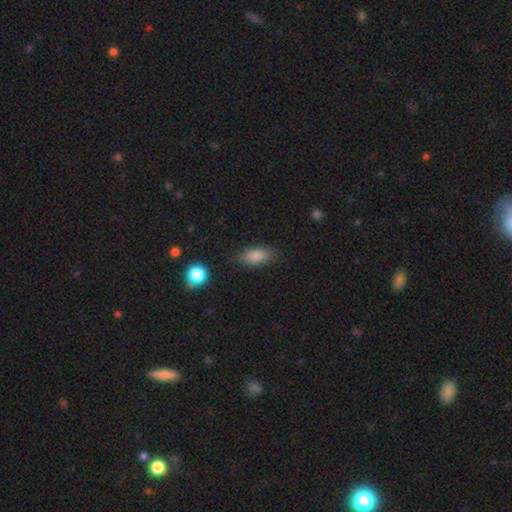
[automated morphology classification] Smooth or featured? smooth (83%)
How rounded? in between (84%)
Merging? none (81%)